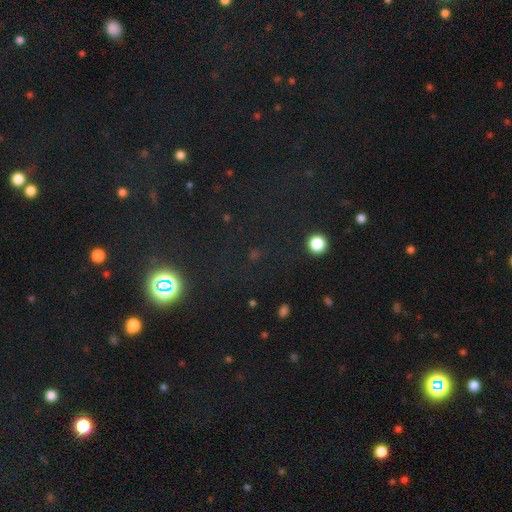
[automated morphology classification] Overall: star or artifact (66%; smooth 27%).